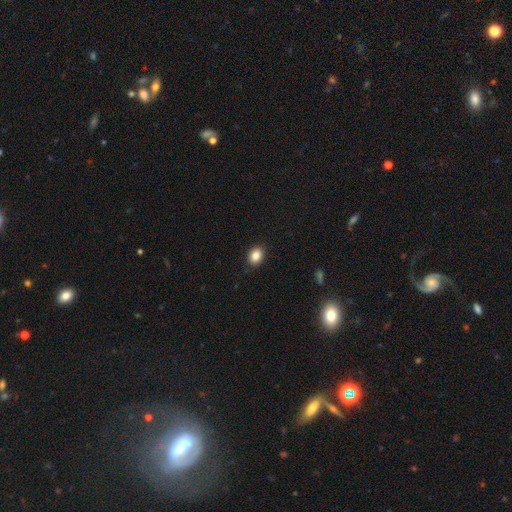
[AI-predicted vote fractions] This appears to be a smooth galaxy with no disk features (86%) that is in between round and cigar-shaped (63%). Merging: none (89%).